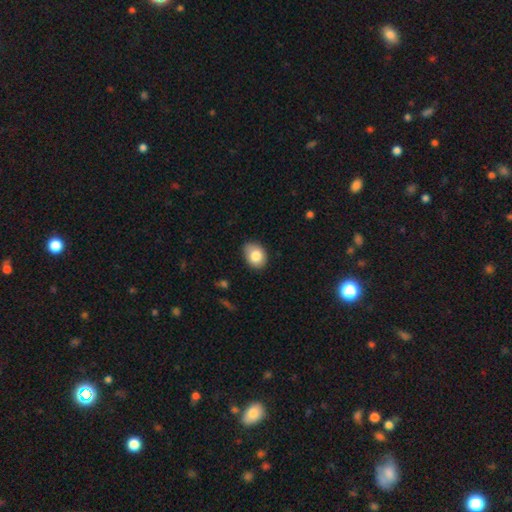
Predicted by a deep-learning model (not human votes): The model was most divided on "how rounded": in between: 65%, round: 34%, cigar-shaped: 1%. More confident: smooth or featured — smooth (82%); merging — none (78%).